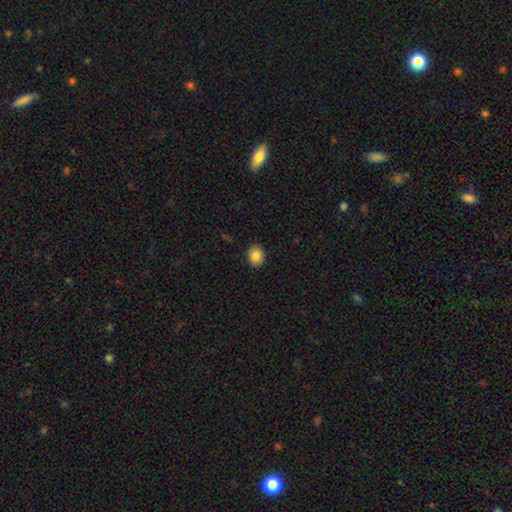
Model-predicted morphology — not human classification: Smooth or featured? smooth (86%)
How rounded? round (55%)
Merging? none (90%)